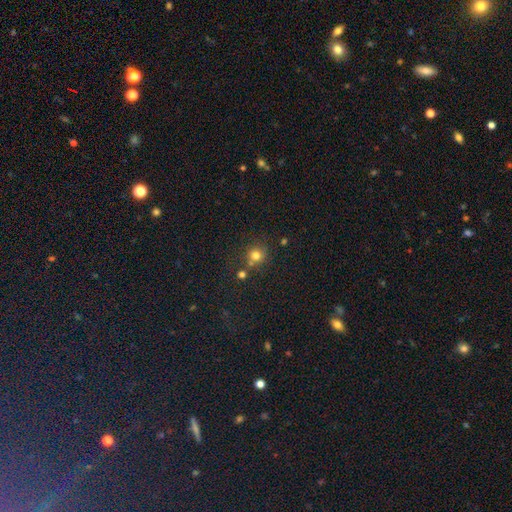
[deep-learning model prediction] Morphology: type=smooth (76%); roundness=round (88%); merging=none (65%).